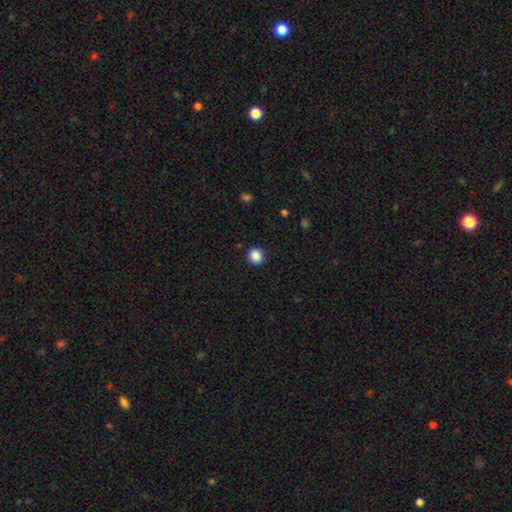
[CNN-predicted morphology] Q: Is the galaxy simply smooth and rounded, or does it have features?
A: smooth — 87%.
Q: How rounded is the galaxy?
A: round — 86%.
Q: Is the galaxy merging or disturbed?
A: none — 90%.